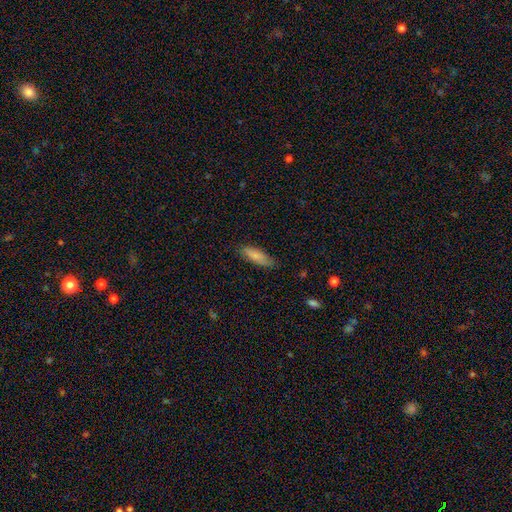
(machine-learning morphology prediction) Q: Smooth or featured?
A: smooth (80%); runner-up: featured or disk (14%)
Q: How rounded?
A: in between (55%); runner-up: cigar-shaped (43%)
Q: Merging?
A: none (79%); runner-up: minor disturbance (17%)